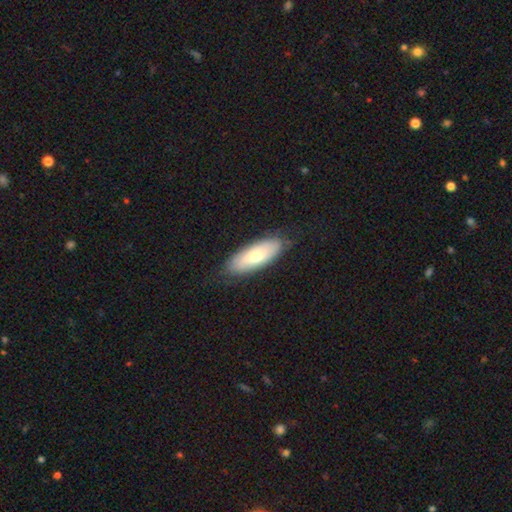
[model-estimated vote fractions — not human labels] Morphology: type=smooth (65%); roundness=in between (72%); merging=none (82%).